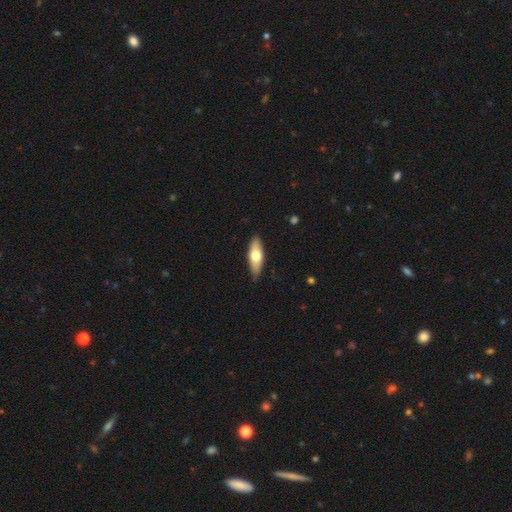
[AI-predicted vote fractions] Overall: smooth (61%; featured or disk 34%). How rounded: in between (61%; cigar-shaped 36%). Merging: none (84%).